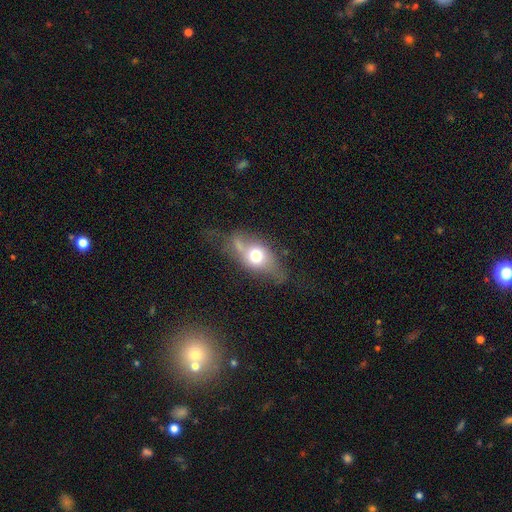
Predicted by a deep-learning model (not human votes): A smooth galaxy with no disk features (51%) that is in between round and cigar-shaped (70%).

Vote fractions:
- Smooth or featured? smooth: 51% / featured or disk: 39% / star or artifact: 10%
- How rounded? in between: 70% / round: 21% / cigar-shaped: 9%
- Merging? none: 41% / minor disturbance: 28% / major disturbance: 24% / merger: 7%